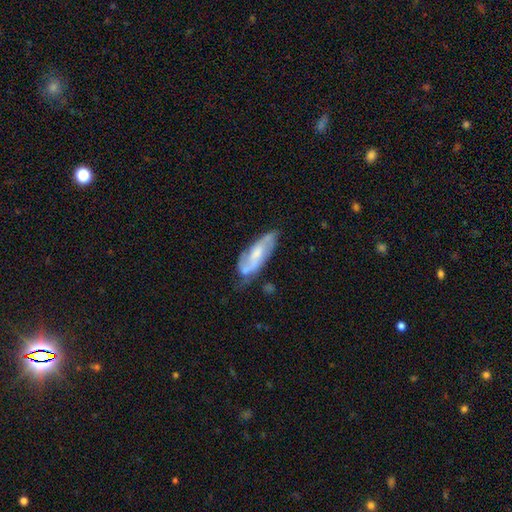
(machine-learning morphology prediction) Q: Smooth or featured?
A: featured or disk (64%); runner-up: smooth (30%)
Q: Edge-on disk?
A: no (85%); runner-up: yes (15%)
Q: Bar?
A: no (44%); runner-up: weak (41%)
Q: Spiral arms?
A: yes (84%); runner-up: no (16%)
Q: Bulge size?
A: moderate (39%); runner-up: small (38%)
Q: Merging?
A: none (54%); runner-up: minor disturbance (29%)